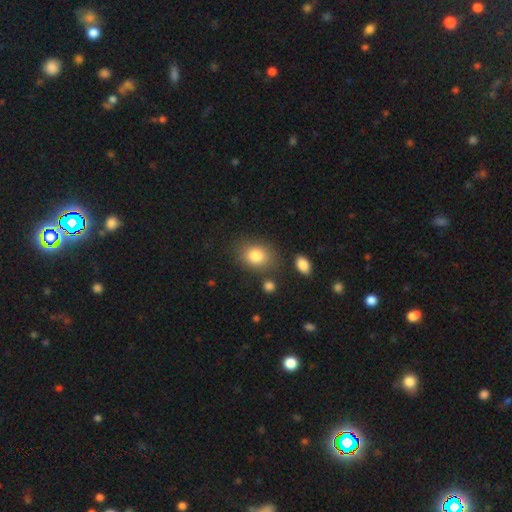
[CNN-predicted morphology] Smooth or featured? Predicted: smooth (p=0.83). How rounded? Predicted: in between (p=0.57). Merging? Predicted: none (p=0.76).